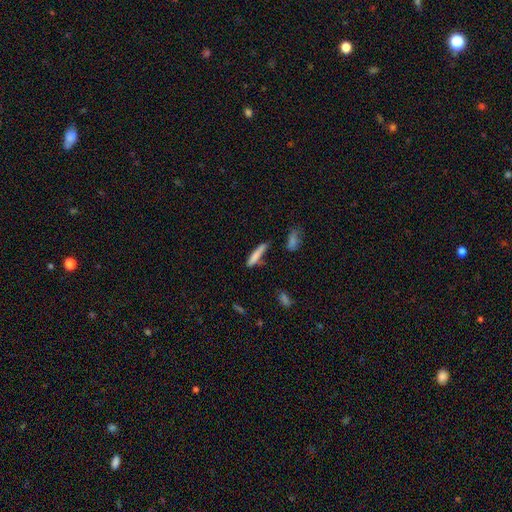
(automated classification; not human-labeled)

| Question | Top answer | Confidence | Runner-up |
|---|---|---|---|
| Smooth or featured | smooth | 77% | featured or disk (16%) |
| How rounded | cigar-shaped | 87% | in between (12%) |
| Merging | none | 64% | minor disturbance (20%) |